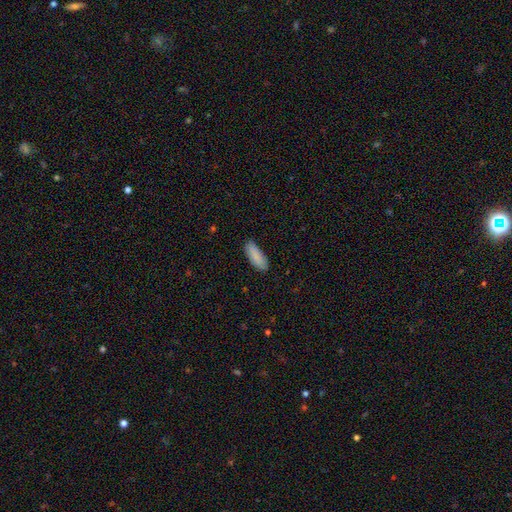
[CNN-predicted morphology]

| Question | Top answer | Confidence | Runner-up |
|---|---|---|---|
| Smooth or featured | smooth | 88% | star or artifact (6%) |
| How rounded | in between | 70% | cigar-shaped (28%) |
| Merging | none | 83% | minor disturbance (14%) |